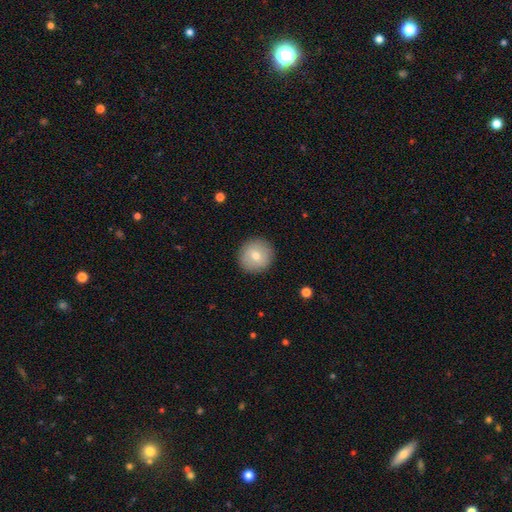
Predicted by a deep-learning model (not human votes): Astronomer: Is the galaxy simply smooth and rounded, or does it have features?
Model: smooth — 74%.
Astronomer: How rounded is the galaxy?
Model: round — 93%.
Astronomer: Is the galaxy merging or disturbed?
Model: none — 90%.